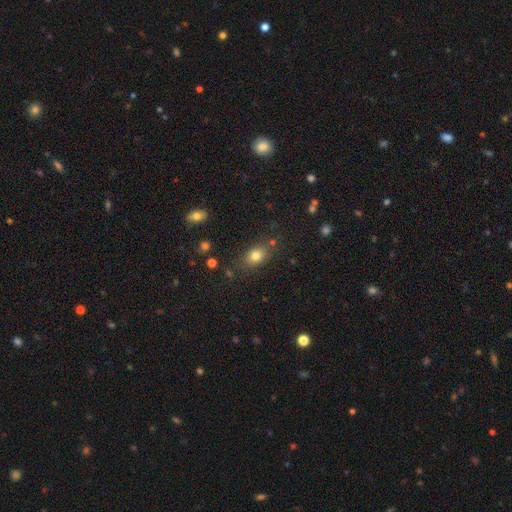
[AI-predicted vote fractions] Q: Smooth or featured?
A: smooth (78%); runner-up: star or artifact (12%)
Q: How rounded?
A: in between (70%); runner-up: round (28%)
Q: Merging?
A: none (76%); runner-up: minor disturbance (15%)